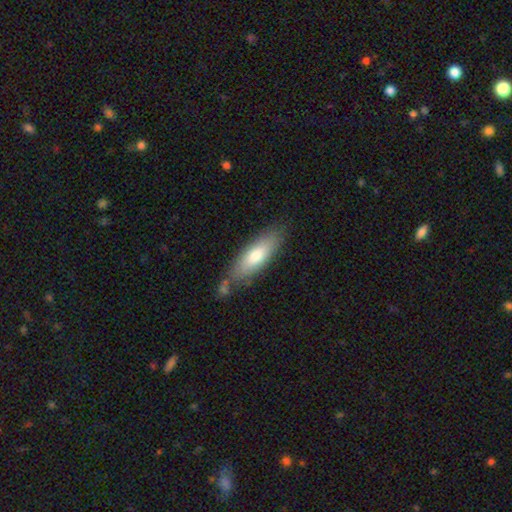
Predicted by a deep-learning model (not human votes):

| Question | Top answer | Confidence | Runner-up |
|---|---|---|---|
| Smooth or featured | smooth | 72% | featured or disk (23%) |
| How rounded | in between | 57% | cigar-shaped (41%) |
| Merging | none | 70% | minor disturbance (19%) |